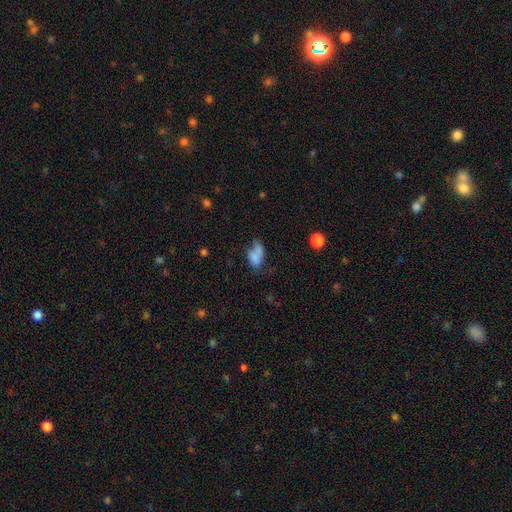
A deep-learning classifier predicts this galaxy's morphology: Overall: smooth (67%). How rounded: in between (86%). Merging: merger (30%; none 26%).